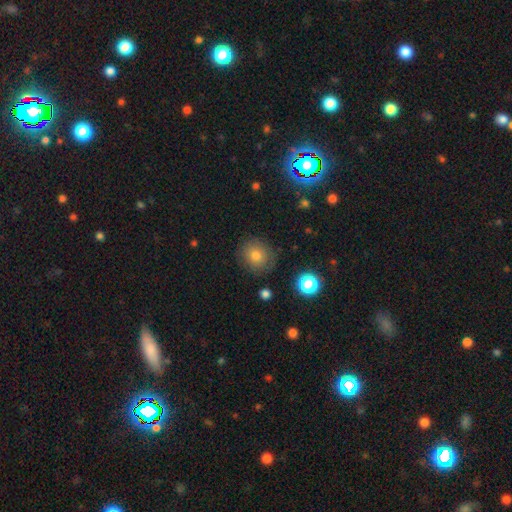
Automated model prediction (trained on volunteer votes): Morphology: type=smooth (75%); roundness=round (86%); merging=none (83%).